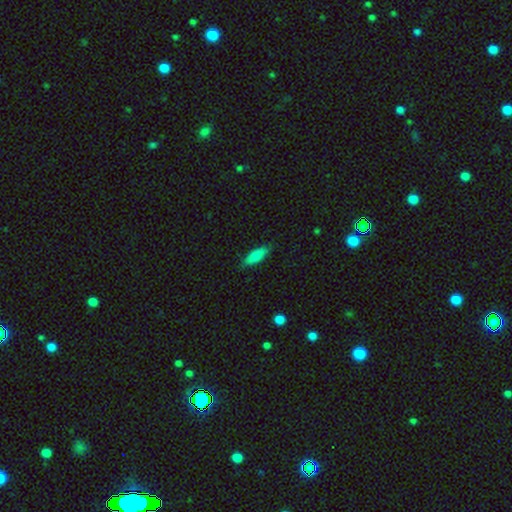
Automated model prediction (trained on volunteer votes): The model was most divided on "how rounded": in between: 62%, cigar-shaped: 36%, round: 2%. More confident: merging — none (82%); smooth or featured — smooth (76%).